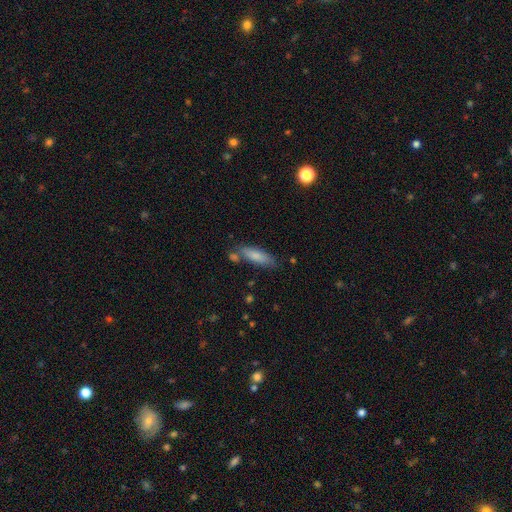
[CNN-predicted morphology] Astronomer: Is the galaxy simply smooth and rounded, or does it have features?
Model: smooth — 79%.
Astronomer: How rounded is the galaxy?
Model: cigar-shaped — 56% (runner-up: in between, 42%).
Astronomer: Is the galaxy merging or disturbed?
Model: none — 68%.